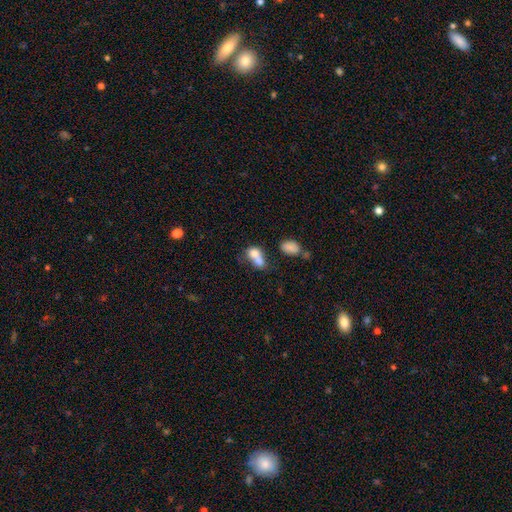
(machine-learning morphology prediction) Q: Smooth or featured?
A: smooth (73%); runner-up: featured or disk (17%)
Q: How rounded?
A: in between (60%); runner-up: round (38%)
Q: Merging?
A: merger (67%); runner-up: none (19%)